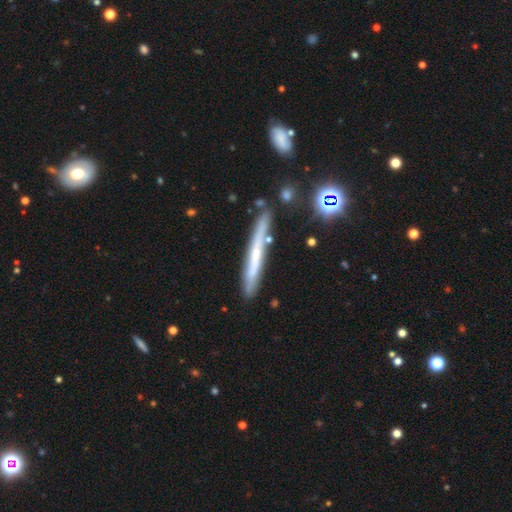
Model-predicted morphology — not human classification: Overall: featured or disk (55%; smooth 35%). Edge-on disk: yes (89%). Merging: none (78%).